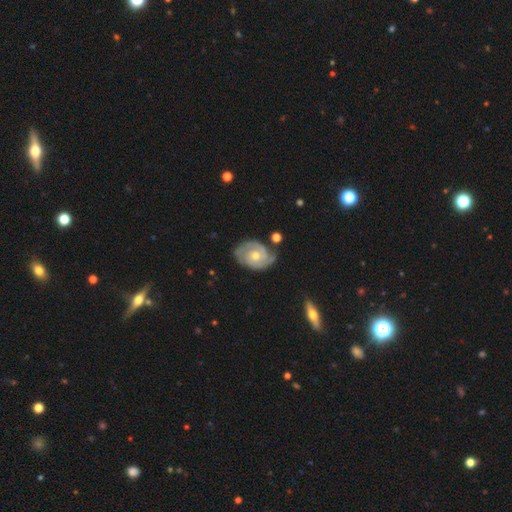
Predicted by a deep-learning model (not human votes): Morphology: type=featured or disk (83%); edge-on=no (97%); bar=no (74%); spiral arms=yes (95%); winding=tight (62%); arm count=2 (66%); bulge=moderate (59%); merging=none (72%).